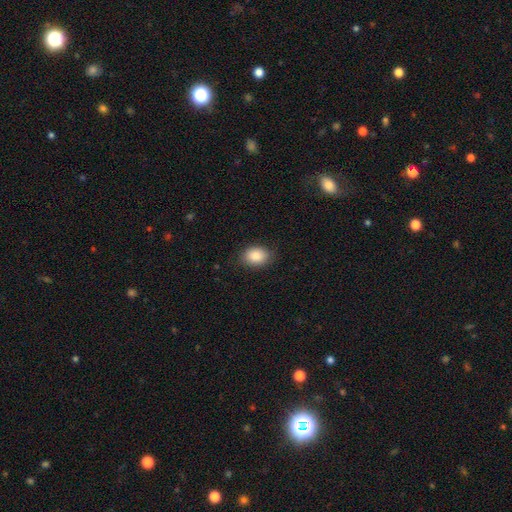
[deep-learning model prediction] smooth 86%, star or artifact 8%, featured or disk 6%. Down the decision tree: how rounded — in between (71%); merging — none (84%).